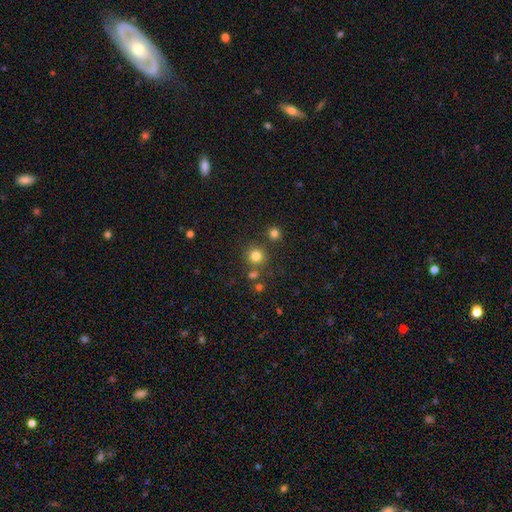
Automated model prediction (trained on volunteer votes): The model was most divided on "smooth or featured": smooth: 79%, star or artifact: 15%, featured or disk: 6%. More confident: how rounded — round (92%); merging — none (78%).